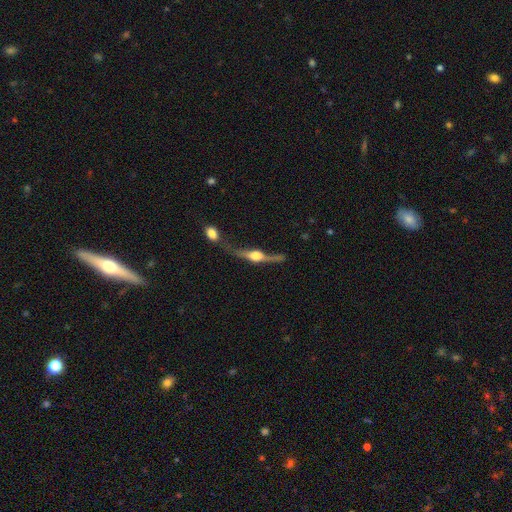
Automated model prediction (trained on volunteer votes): A featured or disk galaxy (79%) viewed edge-on (90%) with a rounded central bulge (94%). Merging: none (47%).